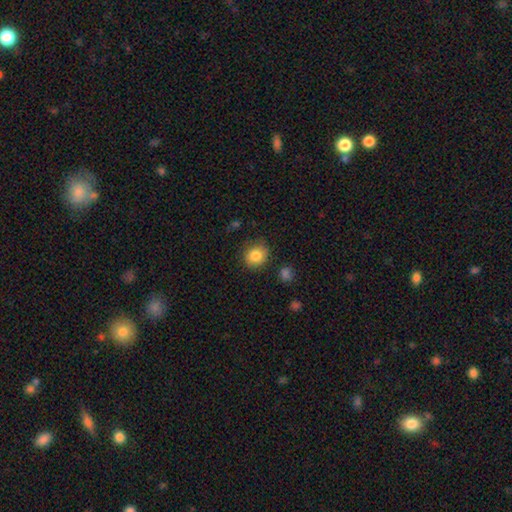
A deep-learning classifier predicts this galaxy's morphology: This is clearly a smooth galaxy (85%). How rounded: likely round (78%). Merging: clearly none (81%).